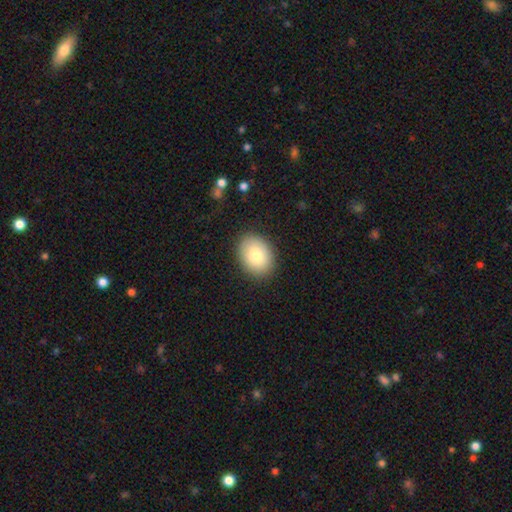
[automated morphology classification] Smooth or featured: smooth — 82% (featured or disk — 11%)
How rounded: in between — 64% (round — 35%)
Merging: none — 88% (minor disturbance — 8%)